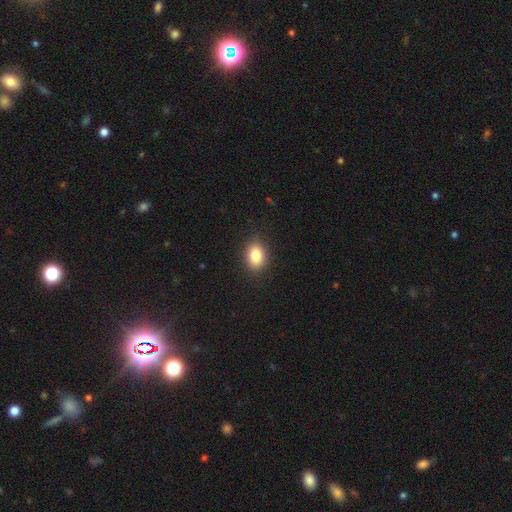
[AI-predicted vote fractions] Q: Smooth or featured?
A: smooth (85%); runner-up: star or artifact (9%)
Q: How rounded?
A: in between (74%); runner-up: round (25%)
Q: Merging?
A: none (88%); runner-up: minor disturbance (9%)